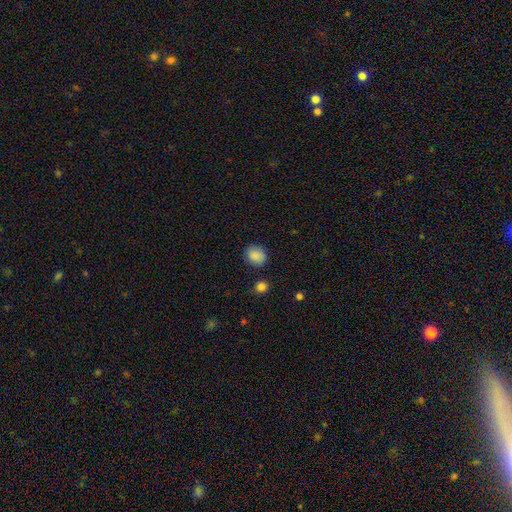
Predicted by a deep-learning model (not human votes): smooth_or_featured: smooth (p=0.88) [alt: star or artifact p=0.09]
how_rounded: round (p=0.72) [alt: in between p=0.27]
merging: none (p=0.84) [alt: minor disturbance p=0.10]